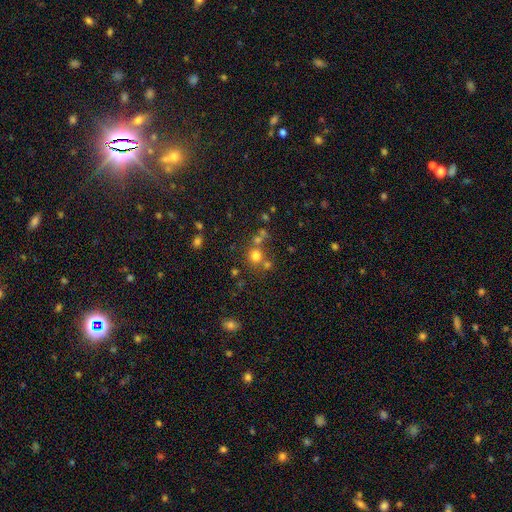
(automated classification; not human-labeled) Overall: smooth (71%). How rounded: round (88%). Merging: none (63%; merger 24%).